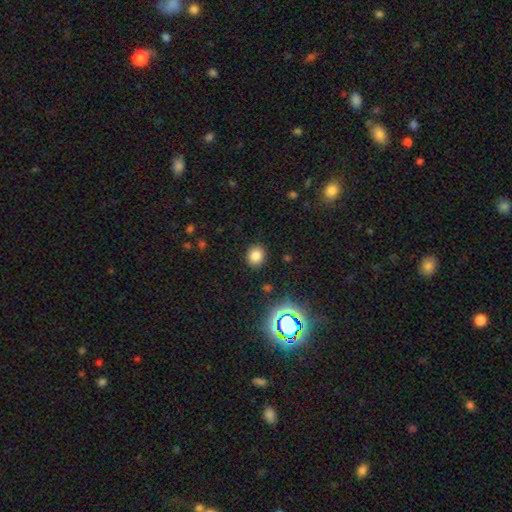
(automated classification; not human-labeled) A smooth galaxy with no disk features (79%) that is round (69%). Merging: none (89%).